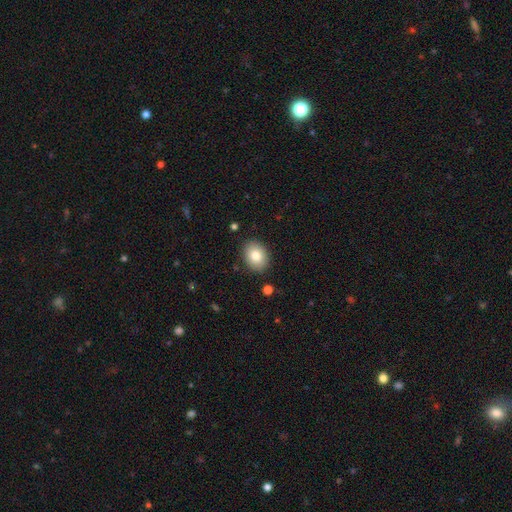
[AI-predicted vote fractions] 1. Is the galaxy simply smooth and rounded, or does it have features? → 82% smooth, 10% featured or disk, 8% star or artifact.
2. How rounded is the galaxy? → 63% in between, 36% round, 1% cigar-shaped.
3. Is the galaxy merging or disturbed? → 88% none, 9% minor disturbance, 2% major disturbance, 1% merger.